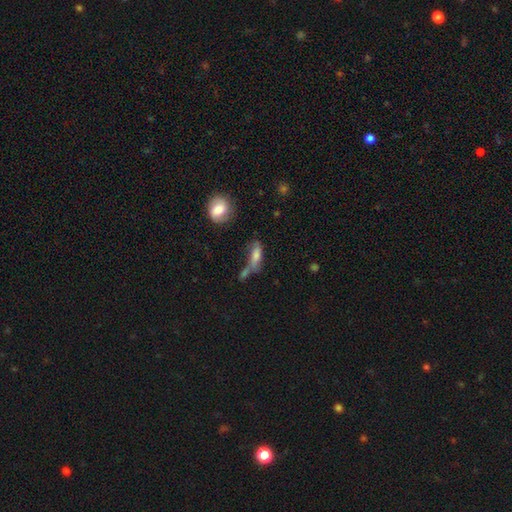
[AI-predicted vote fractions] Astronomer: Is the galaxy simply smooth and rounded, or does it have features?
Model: smooth — 68%.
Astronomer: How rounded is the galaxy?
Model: in between — 60% (runner-up: cigar-shaped, 36%).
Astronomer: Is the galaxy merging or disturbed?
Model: none — 37% (runner-up: merger, 31%).